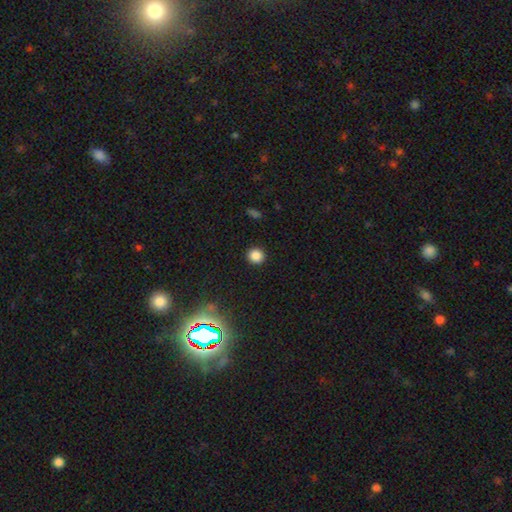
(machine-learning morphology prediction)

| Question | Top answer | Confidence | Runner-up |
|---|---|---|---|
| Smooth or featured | smooth | 85% | star or artifact (12%) |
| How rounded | round | 89% | in between (10%) |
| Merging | none | 92% | minor disturbance (5%) |